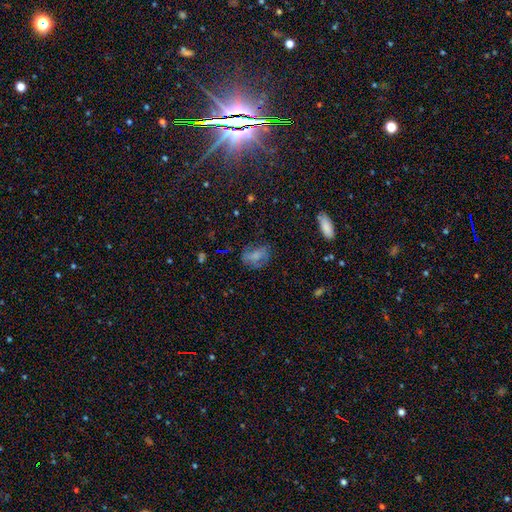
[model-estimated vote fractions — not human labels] Morphology: type=smooth (59%); roundness=in between (76%); merging=none (53%).